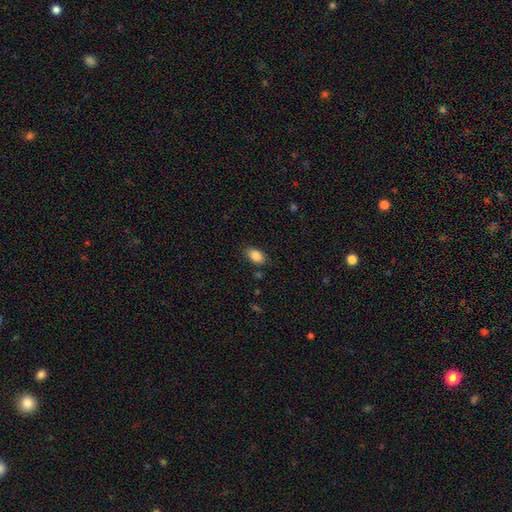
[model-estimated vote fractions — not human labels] Smooth or featured? smooth (87%)
How rounded? in between (90%)
Merging? none (82%)